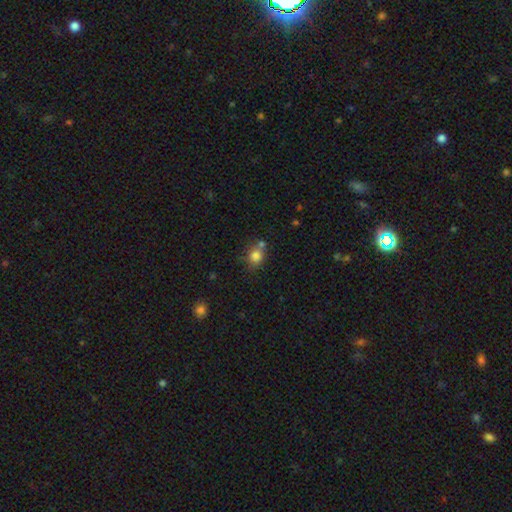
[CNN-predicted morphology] The model was most divided on "how rounded": round: 69%, in between: 30%, cigar-shaped: 1%. More confident: smooth or featured — smooth (81%); merging — none (61%).